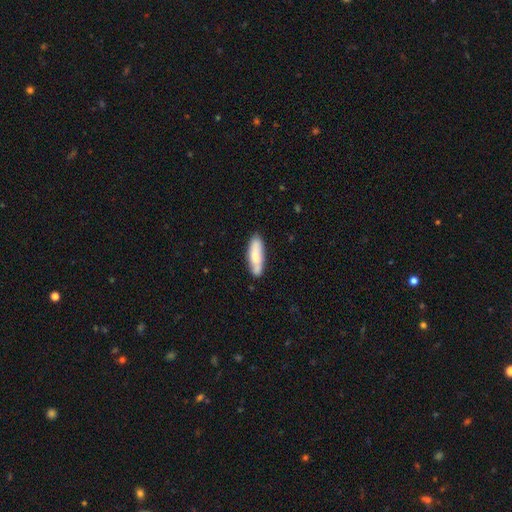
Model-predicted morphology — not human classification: Smooth or featured? Predicted: smooth (p=0.71). How rounded? Predicted: cigar-shaped (p=0.52). Merging? Predicted: none (p=0.78).